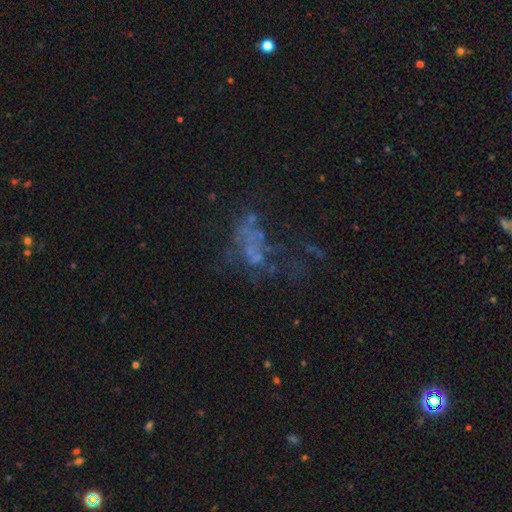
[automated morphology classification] smooth-or-featured: featured or disk: 54% | star or artifact: 24% | smooth: 22%
  disk-edge-on: no: 97% | yes: 3%
    bar: no: 94% | weak: 5% | strong: 2%
    has-spiral-arms: no: 94% | yes: 6%
    bulge-size: none: 82% | small: 10% | moderate: 5% | large: 2% | dominant: 1%
  merging: major disturbance: 35% (tied) | none: 35% (tied) | minor disturbance: 15% | merger: 15%